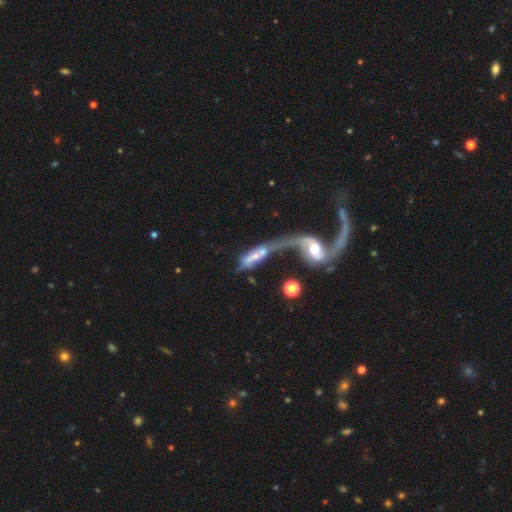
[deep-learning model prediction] This is possibly a featured or disk galaxy (56%). It is clearly not viewed edge-on (80%). Merging: likely merger (68%).